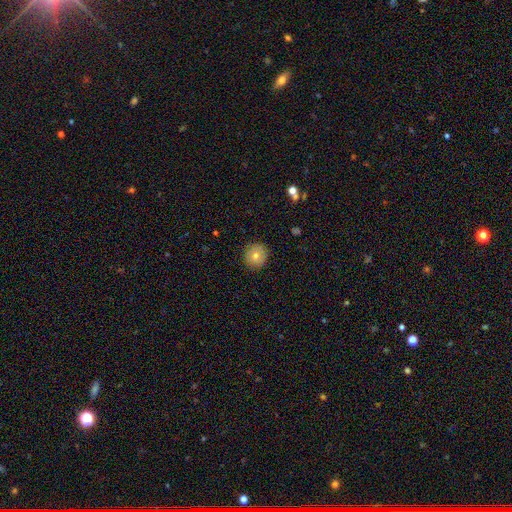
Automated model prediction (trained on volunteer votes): Smooth or featured? Predicted: smooth (p=0.74). How rounded? Predicted: round (p=0.94). Merging? Predicted: none (p=0.90).